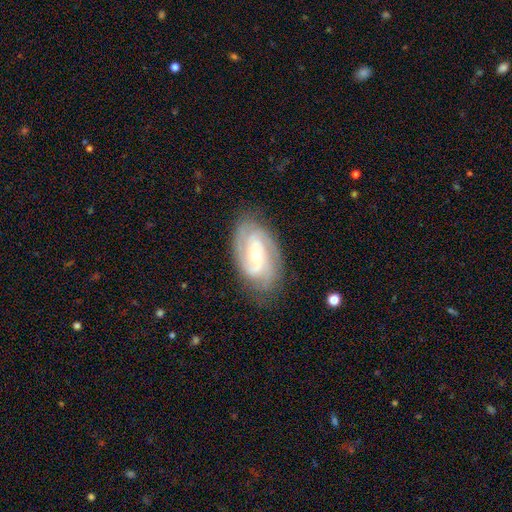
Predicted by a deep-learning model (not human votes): This is clearly a featured or disk galaxy (86%). It is clearly not viewed edge-on (96%). Bar: possibly no (48%). Spiral arm pattern: clearly yes (97%). Spiral arm count: marginally 3 (34%). Spiral winding: possibly tight (59%). Central bulge: possibly small (48%, tied with moderate). Merging: likely none (80%).